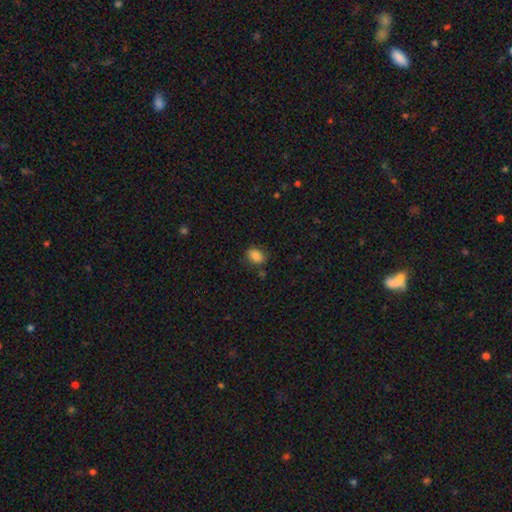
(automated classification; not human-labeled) Q: Smooth or featured?
A: smooth (86%); runner-up: star or artifact (10%)
Q: How rounded?
A: in between (61%); runner-up: round (38%)
Q: Merging?
A: none (79%); runner-up: minor disturbance (14%)